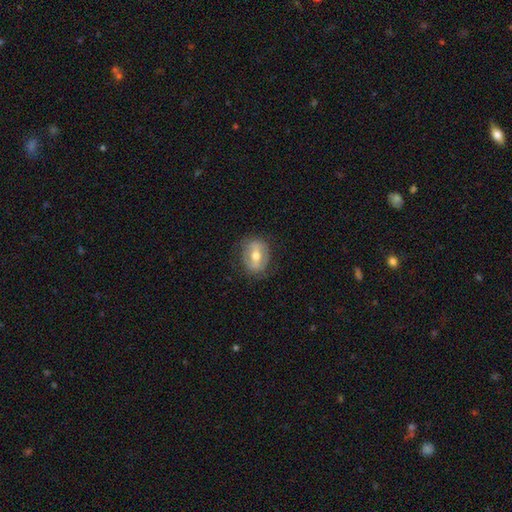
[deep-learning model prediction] Morphology: type=featured or disk (58%); edge-on=no (90%); bar=strong (51%); spiral arms=no (71%); bulge=moderate (75%); merging=none (76%).